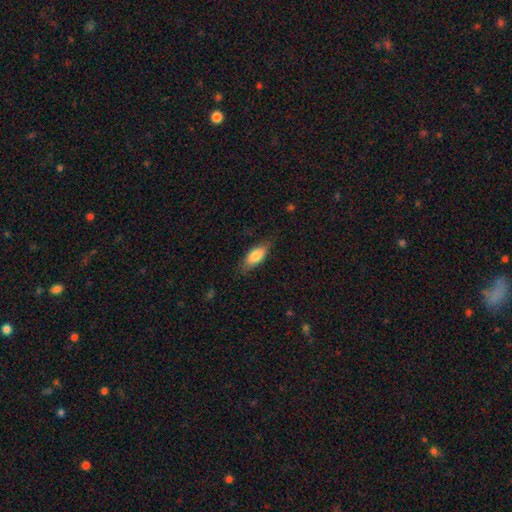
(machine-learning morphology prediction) Overall: smooth (77%). How rounded: in between (79%). Merging: none (75%).